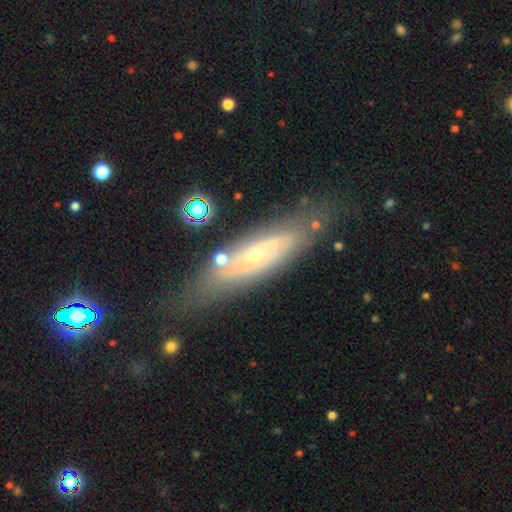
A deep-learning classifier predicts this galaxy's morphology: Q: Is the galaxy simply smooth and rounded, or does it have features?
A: featured or disk — 61%.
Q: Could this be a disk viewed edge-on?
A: no — 64%.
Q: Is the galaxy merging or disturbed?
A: none — 70%.